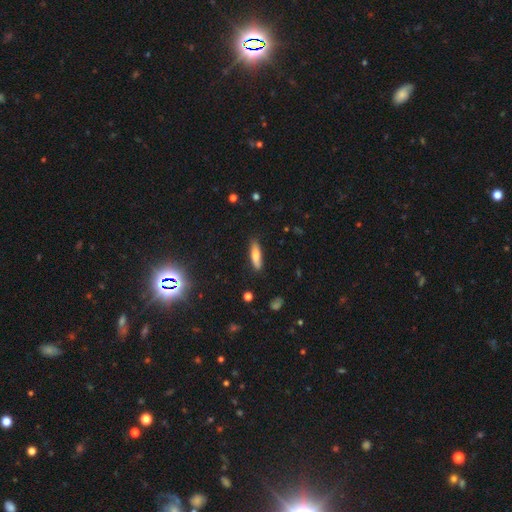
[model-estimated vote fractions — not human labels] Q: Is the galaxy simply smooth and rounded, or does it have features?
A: smooth — 75%.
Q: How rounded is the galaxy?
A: cigar-shaped — 63%.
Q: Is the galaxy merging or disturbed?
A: none — 83%.